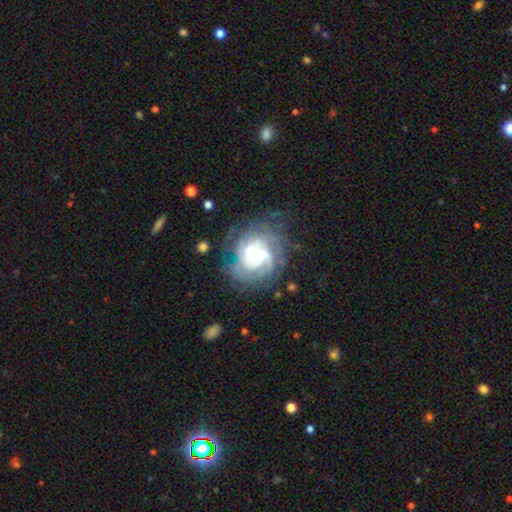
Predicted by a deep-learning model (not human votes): Smooth or featured? Predicted: featured or disk (p=0.86). Edge-on disk? Predicted: no (p=0.98). Bar? Predicted: no (p=0.46). Spiral arms? Predicted: yes (p=0.97). Spiral winding? Predicted: tight (p=0.59). Spiral arm count? Predicted: 2 (p=0.39). Bulge size? Predicted: moderate (p=0.42). Merging? Predicted: none (p=0.70).